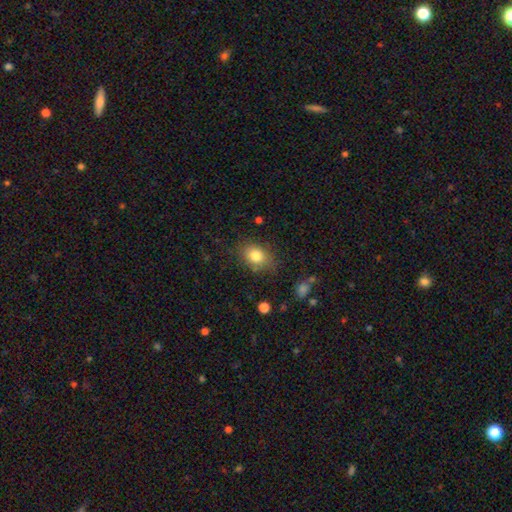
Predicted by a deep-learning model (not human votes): Smooth or featured? Predicted: smooth (p=0.81). How rounded? Predicted: in between (p=0.65). Merging? Predicted: none (p=0.78).